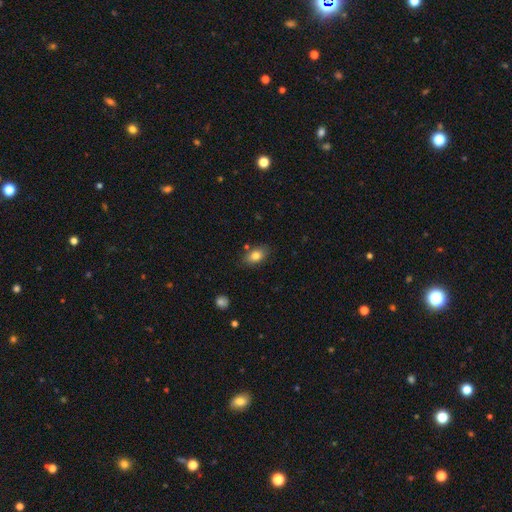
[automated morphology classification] smooth 80%, featured or disk 12%, star or artifact 8%. Down the decision tree: how rounded — in between (86%); merging — none (80%).